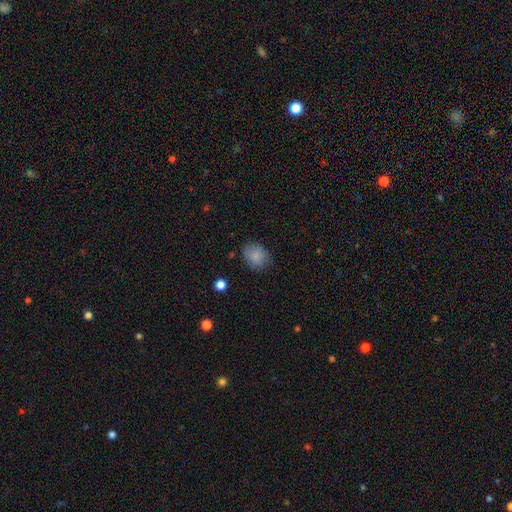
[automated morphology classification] smooth 85%, star or artifact 9%, featured or disk 6%. Down the decision tree: how rounded — round (54%); merging — none (79%).